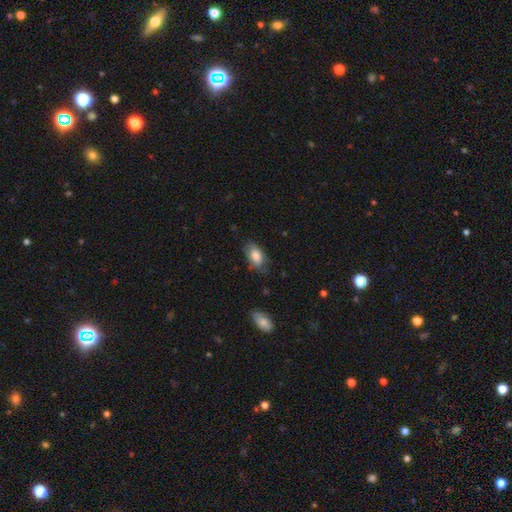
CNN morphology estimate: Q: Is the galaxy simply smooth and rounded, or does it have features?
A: smooth — 82%.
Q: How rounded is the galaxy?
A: in between — 92%.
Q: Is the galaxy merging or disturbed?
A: none — 67%.